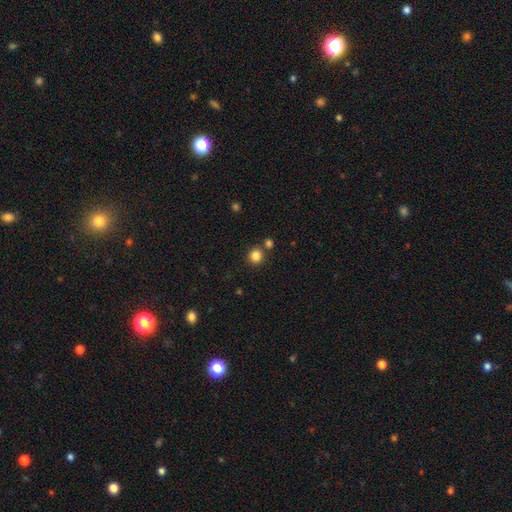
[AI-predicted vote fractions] A smooth galaxy with no disk features (84%) that is round (88%).

Vote fractions:
- Smooth or featured? smooth: 84% / star or artifact: 11% / featured or disk: 4%
- How rounded? round: 88% / in between: 11% / cigar-shaped: 1%
- Merging? none: 78% / merger: 12% / minor disturbance: 7% / major disturbance: 3%